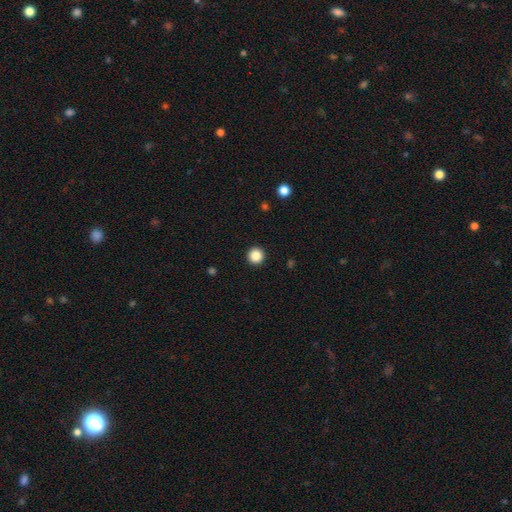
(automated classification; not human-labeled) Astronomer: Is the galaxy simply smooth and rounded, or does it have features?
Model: smooth — 87%.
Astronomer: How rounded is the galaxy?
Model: round — 96%.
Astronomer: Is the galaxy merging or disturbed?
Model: none — 94%.